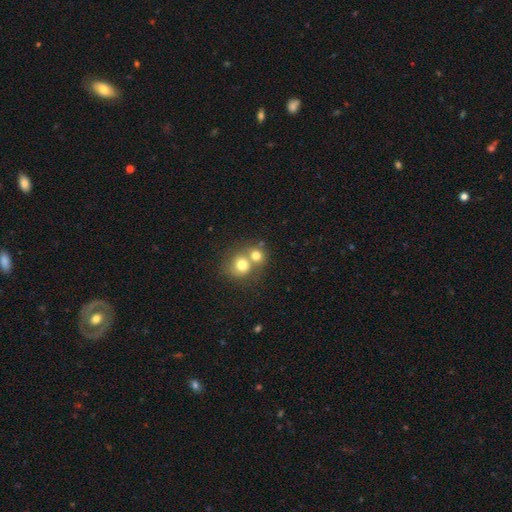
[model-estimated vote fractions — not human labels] smooth-or-featured: smooth: 73% | featured or disk: 17% | star or artifact: 11%
  how-rounded: round: 77% | in between: 22% | cigar-shaped: 1%
  merging: merger: 61% | none: 30% | minor disturbance: 6% | major disturbance: 3%